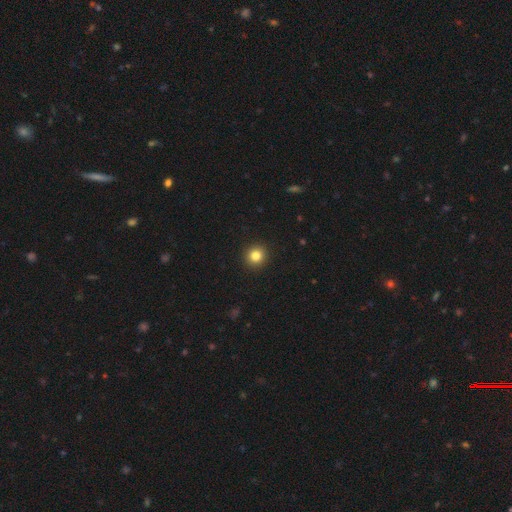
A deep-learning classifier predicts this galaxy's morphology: The model was most divided on "smooth or featured": smooth: 83%, star or artifact: 12%, featured or disk: 5%. More confident: merging — none (93%); how rounded — round (92%).